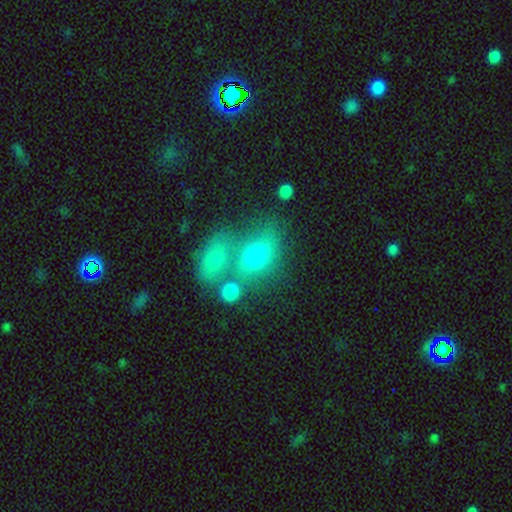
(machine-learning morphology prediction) The model was most divided on "merging": none: 39%, merger: 38%, minor disturbance: 14%, major disturbance: 9%. More confident: how rounded — in between (77%); smooth or featured — smooth (70%).